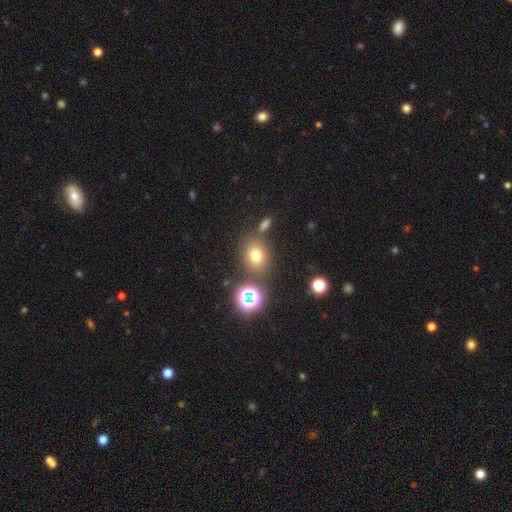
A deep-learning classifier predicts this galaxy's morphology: smooth 68%, star or artifact 21%, featured or disk 10%. Down the decision tree: how rounded — round (60%); merging — none (75%).